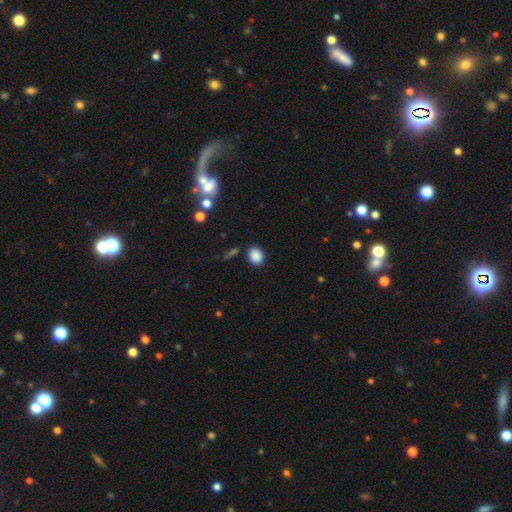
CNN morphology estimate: The model was most divided on "how rounded": in between: 64%, round: 35%, cigar-shaped: 1%. More confident: smooth or featured — smooth (87%); merging — none (83%).